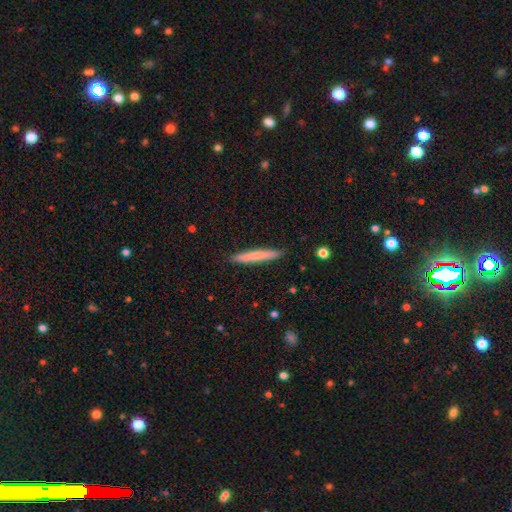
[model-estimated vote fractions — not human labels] Smooth or featured? smooth (70%)
How rounded? cigar-shaped (95%)
Merging? none (89%)